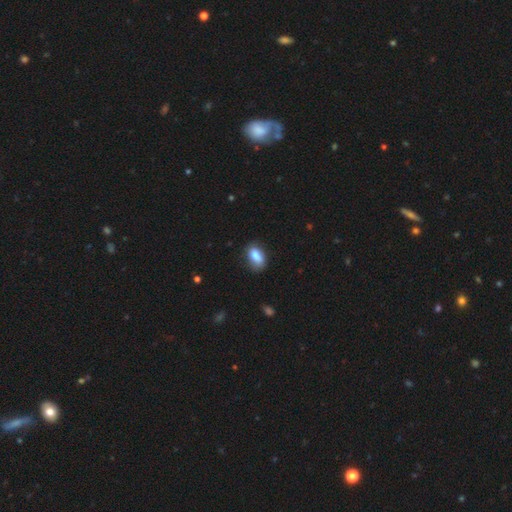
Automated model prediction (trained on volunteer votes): Overall: smooth (82%). How rounded: in between (89%). Merging: none (70%).